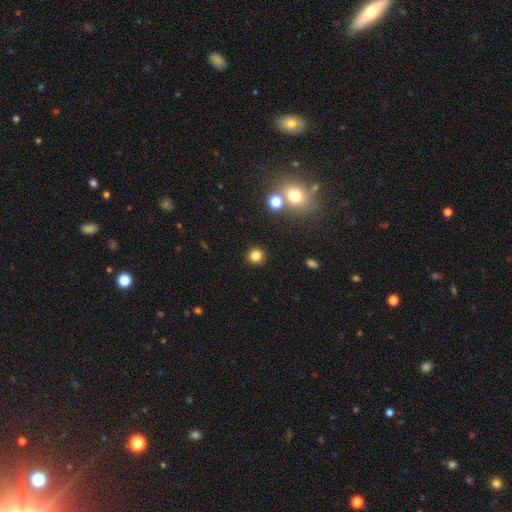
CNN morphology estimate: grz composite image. It shows a smooth galaxy with no disk features (81%) that is round (91%). Merging: none (89%).